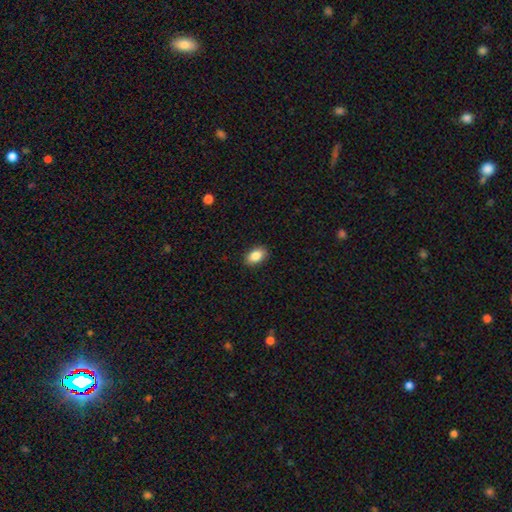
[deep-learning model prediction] Smooth or featured? Predicted: smooth (p=0.87). How rounded? Predicted: in between (p=0.89). Merging? Predicted: none (p=0.88).